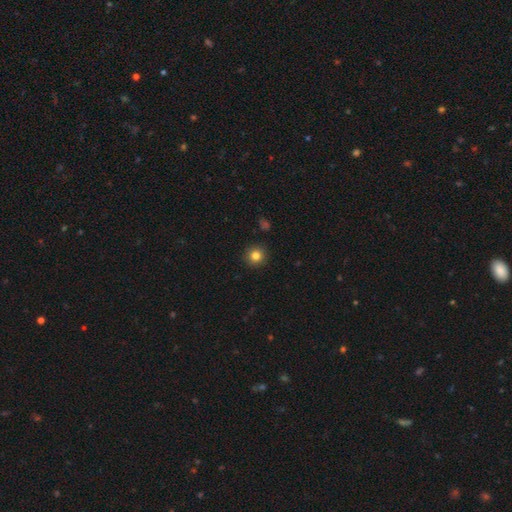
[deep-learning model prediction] smooth_or_featured: smooth (p=0.83) [alt: star or artifact p=0.11]
how_rounded: round (p=0.94) [alt: in between p=0.05]
merging: none (p=0.92) [alt: minor disturbance p=0.05]